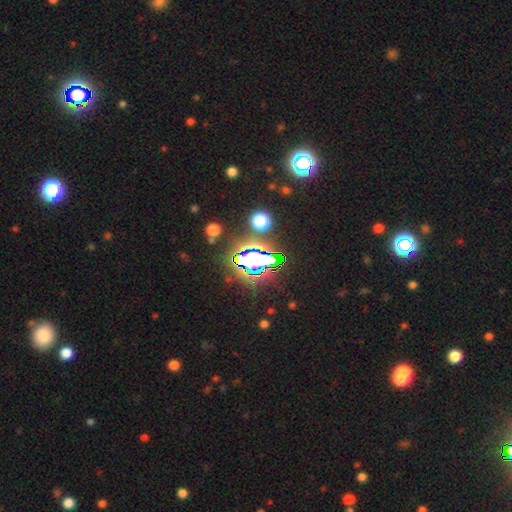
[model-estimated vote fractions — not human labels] Q: Smooth or featured?
A: star or artifact (70%); runner-up: smooth (19%)